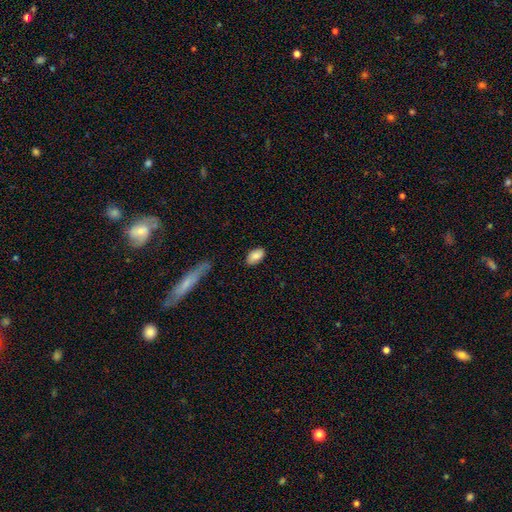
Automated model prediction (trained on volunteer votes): This is clearly a smooth galaxy (84%). How rounded: clearly in between (94%). Merging: clearly none (84%).